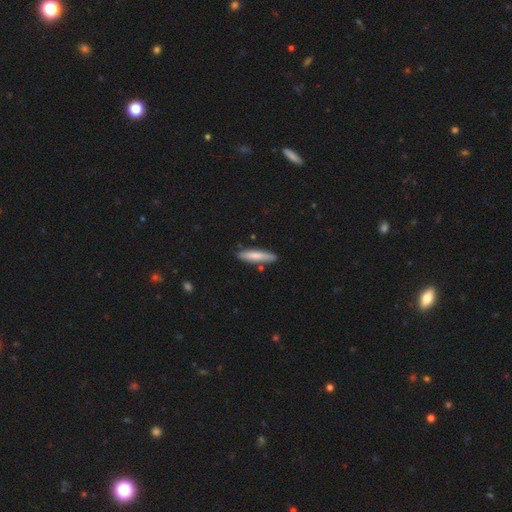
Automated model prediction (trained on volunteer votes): Smooth or featured?
  - smooth: 75% *
  - featured or disk: 20%
  - star or artifact: 5%
How rounded?
  - cigar-shaped: 85% *
  - in between: 14%
  - round: 1%
Merging?
  - none: 80% *
  - minor disturbance: 14%
  - merger: 4%
  - major disturbance: 2%